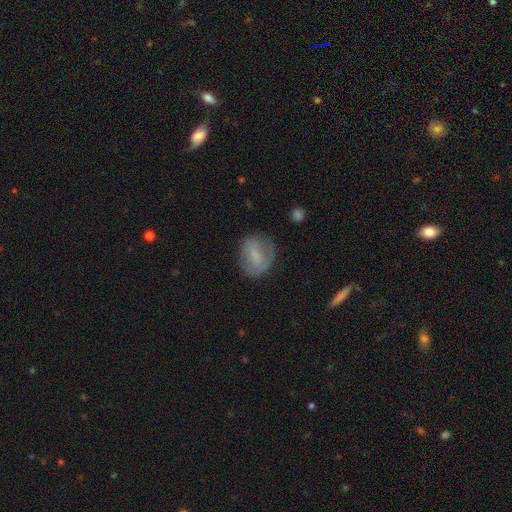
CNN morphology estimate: Smooth or featured? smooth (64%)
How rounded? in between (53%)
Merging? none (70%)